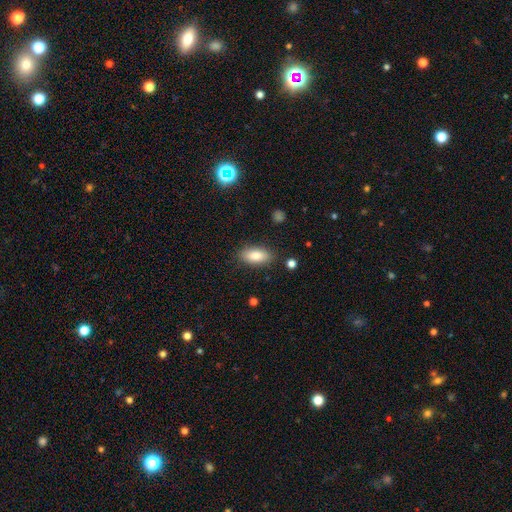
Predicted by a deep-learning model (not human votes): smooth-or-featured: smooth: 85% | featured or disk: 8% | star or artifact: 7%
  how-rounded: in between: 88% | cigar-shaped: 9% | round: 3%
  merging: none: 85% | minor disturbance: 10% | major disturbance: 3% | merger: 2%